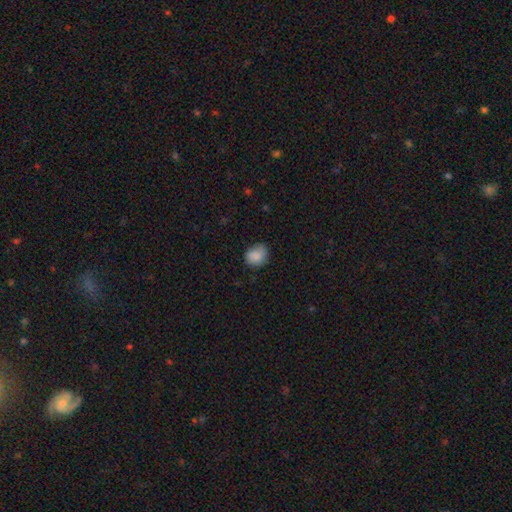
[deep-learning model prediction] A smooth galaxy with no disk features (84%) that is round (64%).

Vote fractions:
- Smooth or featured? smooth: 84% / star or artifact: 8% / featured or disk: 8%
- How rounded? round: 64% / in between: 35% / cigar-shaped: 1%
- Merging? none: 64% / minor disturbance: 28% / major disturbance: 6% / merger: 2%